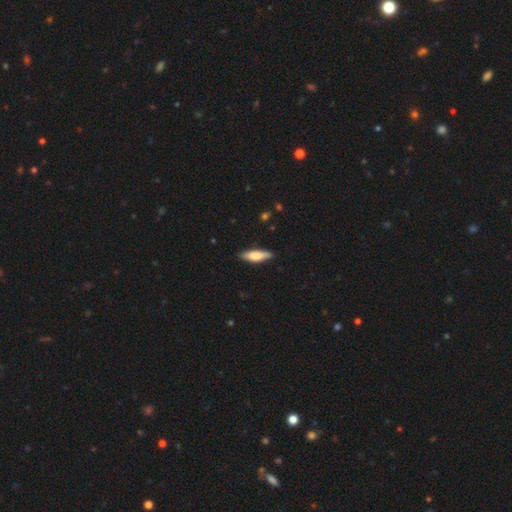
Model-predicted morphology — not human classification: Smooth or featured? Predicted: smooth (p=0.69). How rounded? Predicted: cigar-shaped (p=0.57). Merging? Predicted: none (p=0.84).